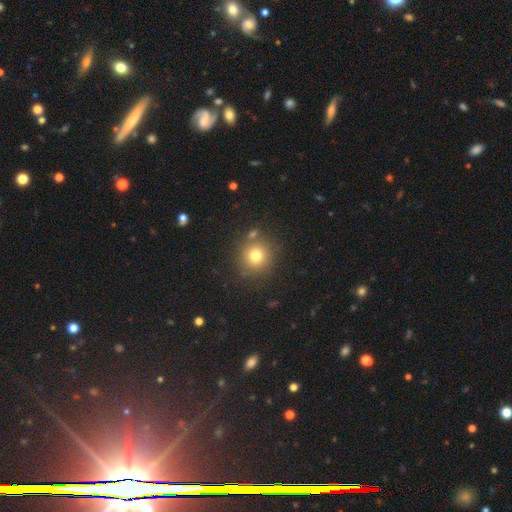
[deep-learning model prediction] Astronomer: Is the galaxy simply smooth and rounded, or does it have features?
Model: smooth — 76%.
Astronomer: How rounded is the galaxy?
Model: round — 92%.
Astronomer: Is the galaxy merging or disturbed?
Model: none — 80%.